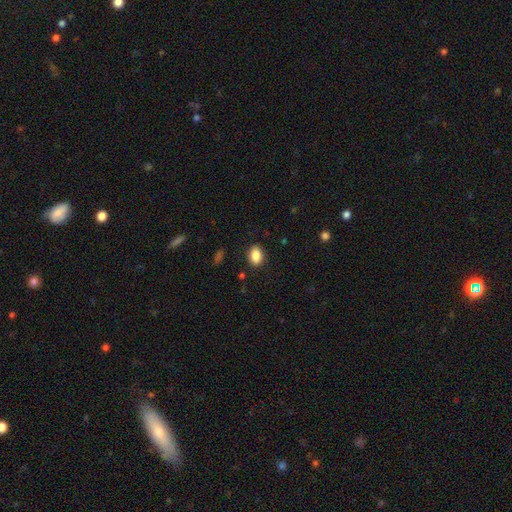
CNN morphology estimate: Smooth or featured? Predicted: smooth (p=0.87). How rounded? Predicted: in between (p=0.82). Merging? Predicted: none (p=0.88).